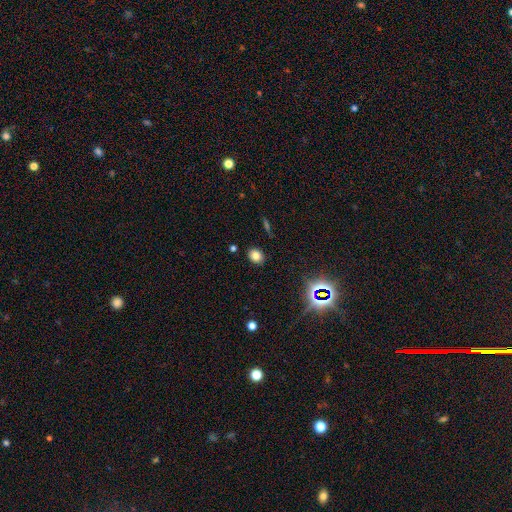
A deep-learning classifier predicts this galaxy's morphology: Smooth or featured? Predicted: smooth (p=0.77). How rounded? Predicted: in between (p=0.52). Merging? Predicted: none (p=0.87).